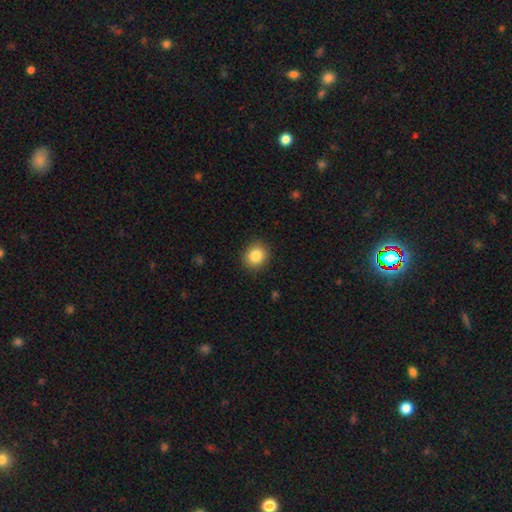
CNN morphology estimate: Smooth or featured?
  - smooth: 85% *
  - star or artifact: 9%
  - featured or disk: 6%
How rounded?
  - round: 84% *
  - in between: 15%
  - cigar-shaped: 1%
Merging?
  - none: 90% *
  - minor disturbance: 7%
  - major disturbance: 2%
  - merger: 1%